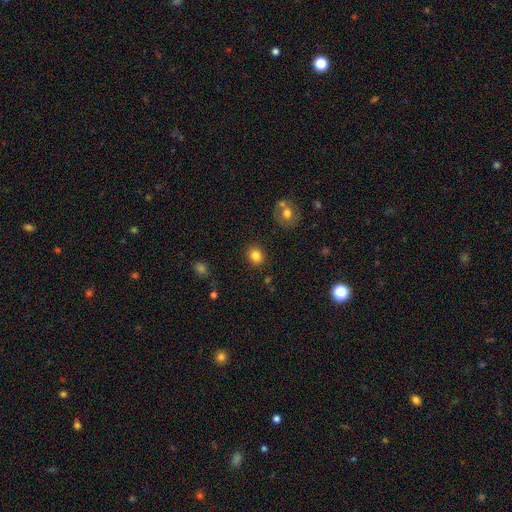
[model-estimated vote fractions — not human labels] Morphology: type=smooth (83%); roundness=round (65%); merging=none (87%).